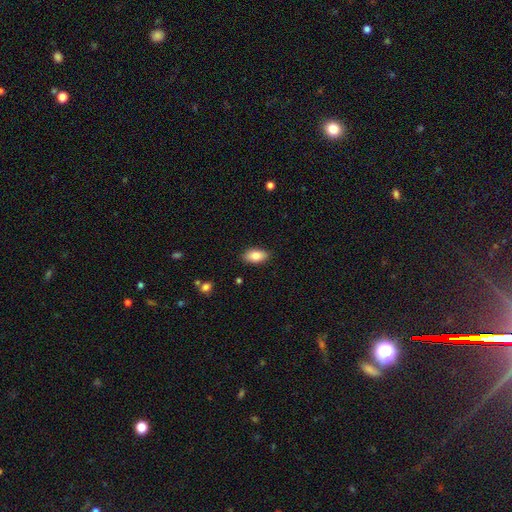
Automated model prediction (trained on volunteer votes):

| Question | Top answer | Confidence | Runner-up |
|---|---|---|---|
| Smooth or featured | smooth | 83% | featured or disk (9%) |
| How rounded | in between | 91% | cigar-shaped (5%) |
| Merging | none | 88% | minor disturbance (9%) |